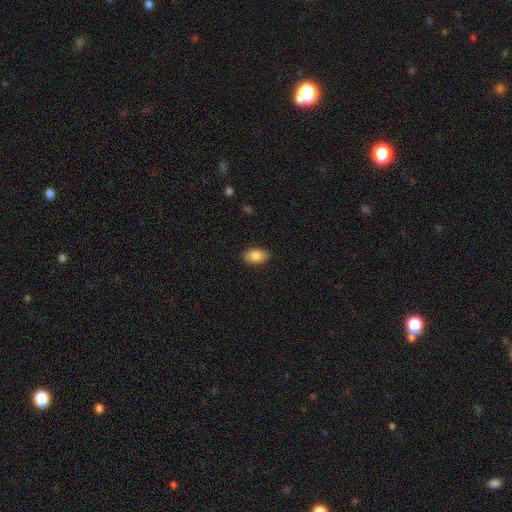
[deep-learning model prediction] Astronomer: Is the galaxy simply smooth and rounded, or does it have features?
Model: smooth — 86%.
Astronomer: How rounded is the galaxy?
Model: in between — 92%.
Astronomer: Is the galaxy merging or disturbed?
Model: none — 88%.